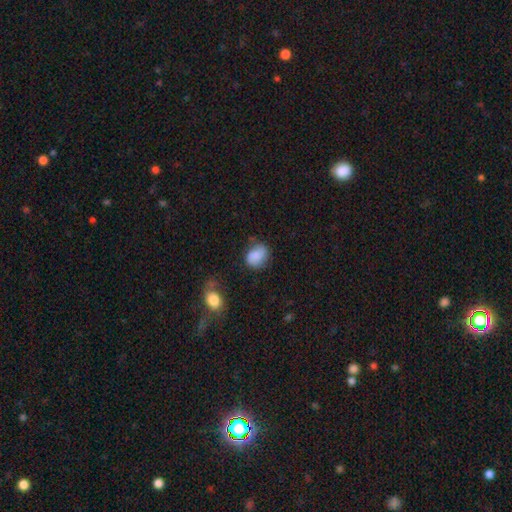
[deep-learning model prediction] A smooth galaxy with no disk features (82%) that is in between round and cigar-shaped (58%).

Vote fractions:
- Smooth or featured? smooth: 82% / featured or disk: 10% / star or artifact: 8%
- How rounded? in between: 58% / round: 41% / cigar-shaped: 1%
- Merging? none: 61% / minor disturbance: 27% / major disturbance: 8% / merger: 4%